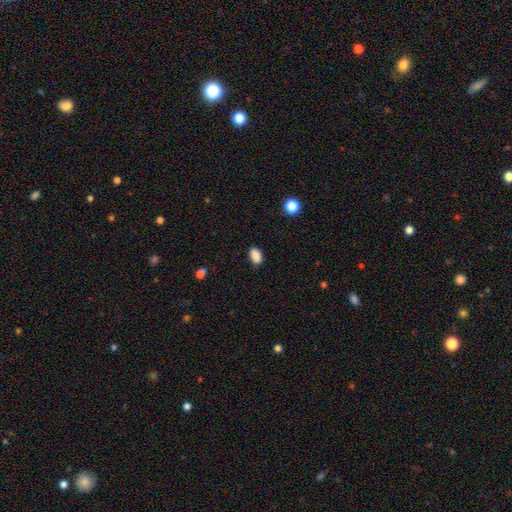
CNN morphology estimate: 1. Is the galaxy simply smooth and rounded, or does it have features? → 88% smooth, 9% star or artifact, 3% featured or disk.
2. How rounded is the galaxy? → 90% in between, 8% round, 2% cigar-shaped.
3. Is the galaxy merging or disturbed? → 85% none, 12% minor disturbance, 2% major disturbance, 1% merger.